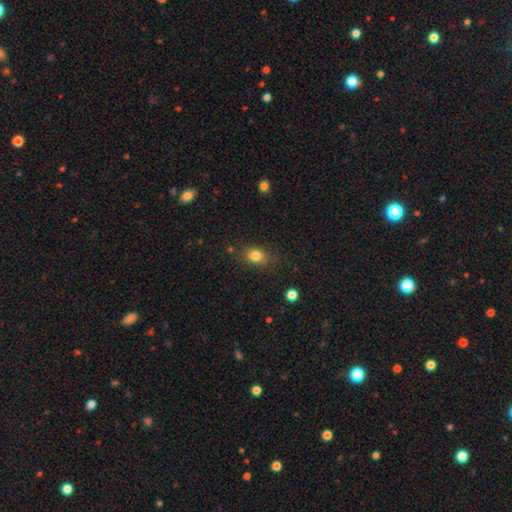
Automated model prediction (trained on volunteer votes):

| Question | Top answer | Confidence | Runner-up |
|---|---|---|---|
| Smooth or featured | smooth | 82% | star or artifact (11%) |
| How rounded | in between | 50% | round (48%) |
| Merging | none | 76% | minor disturbance (16%) |